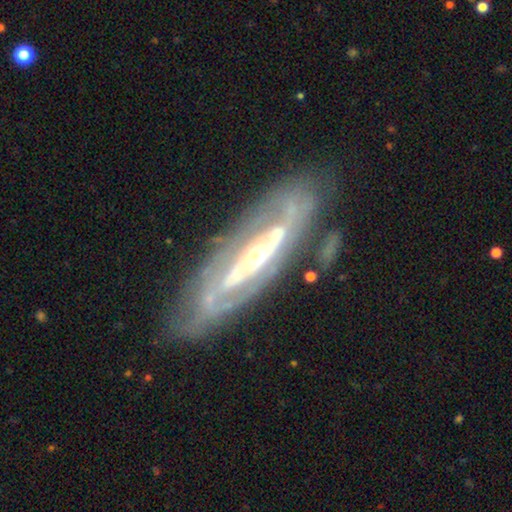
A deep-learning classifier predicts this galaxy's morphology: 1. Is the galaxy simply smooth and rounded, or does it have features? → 84% featured or disk, 10% smooth, 5% star or artifact.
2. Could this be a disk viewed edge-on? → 77% no, 23% yes.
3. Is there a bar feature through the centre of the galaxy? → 44% no, 31% strong, 25% weak.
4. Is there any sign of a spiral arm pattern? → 69% yes, 31% no.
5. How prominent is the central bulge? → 52% moderate, 41% small, 5% large, 1% dominant, 1% none.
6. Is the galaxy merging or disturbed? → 75% none, 16% minor disturbance, 7% major disturbance, 2% merger.